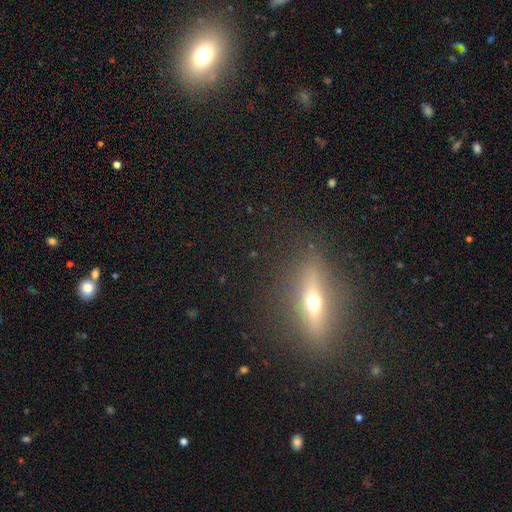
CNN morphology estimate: This is possibly a featured or disk galaxy (59%). It is clearly viewed edge-on (87%). Edge-on bulge: clearly rounded (94%). Merging: clearly none (86%).